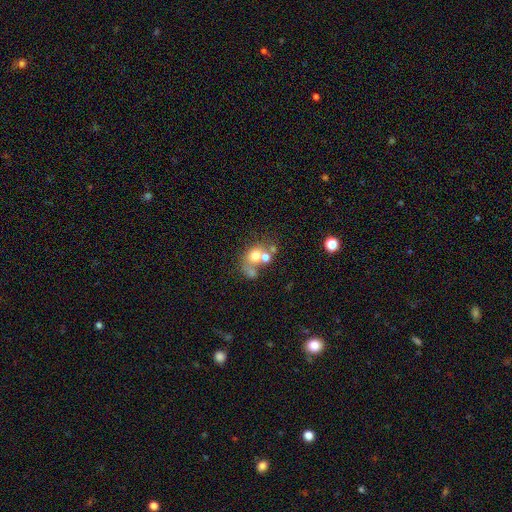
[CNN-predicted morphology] Overall: smooth (60%; featured or disk 26%). How rounded: round (59%; in between 40%). Merging: merger (49%; none 33%).